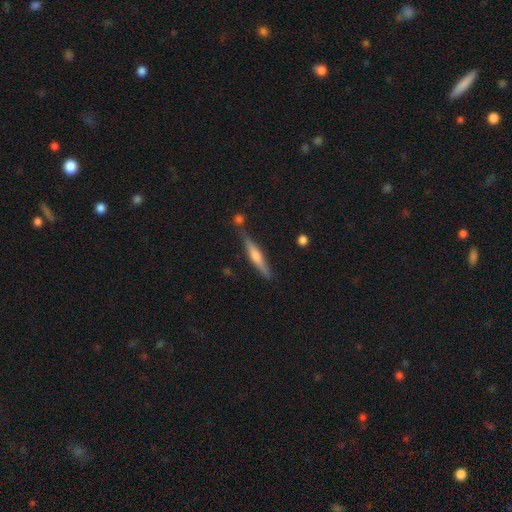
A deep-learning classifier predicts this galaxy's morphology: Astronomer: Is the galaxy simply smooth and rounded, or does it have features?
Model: featured or disk — 59% (runner-up: smooth, 34%).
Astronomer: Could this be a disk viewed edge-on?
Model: yes — 96%.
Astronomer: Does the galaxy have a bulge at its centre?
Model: rounded — 76%.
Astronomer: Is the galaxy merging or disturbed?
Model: none — 78%.